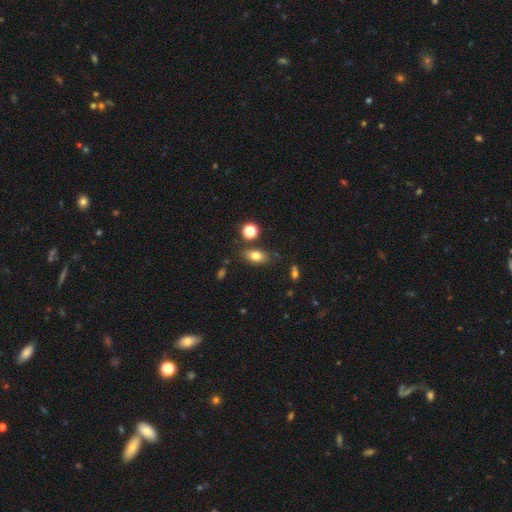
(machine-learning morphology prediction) Q: Smooth or featured?
A: smooth (77%); runner-up: featured or disk (11%)
Q: How rounded?
A: in between (82%); runner-up: round (14%)
Q: Merging?
A: none (76%); runner-up: minor disturbance (14%)